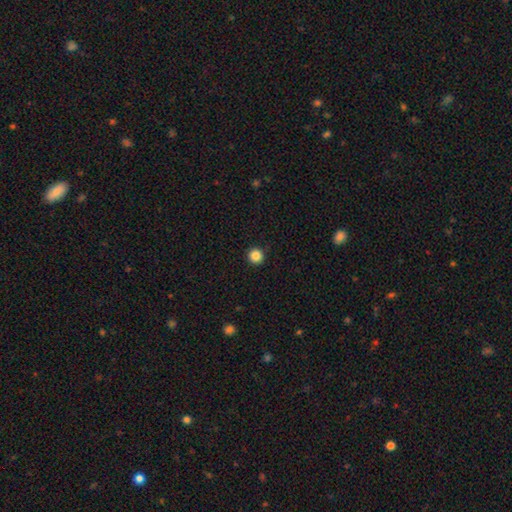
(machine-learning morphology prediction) Smooth or featured? Predicted: smooth (p=0.86). How rounded? Predicted: round (p=0.96). Merging? Predicted: none (p=0.94).